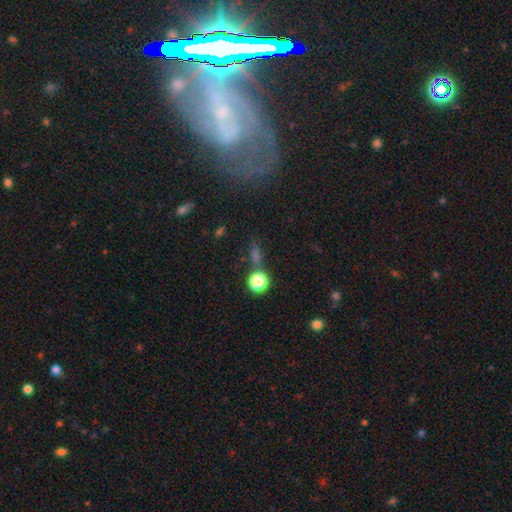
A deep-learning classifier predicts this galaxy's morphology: Smooth or featured?
  - smooth: 50% *
  - star or artifact: 37%
  - featured or disk: 13%
How rounded?
  - round: 60% *
  - in between: 28%
  - cigar-shaped: 12%
Merging?
  - none: 70% *
  - merger: 12%
  - minor disturbance: 11%
  - major disturbance: 7%